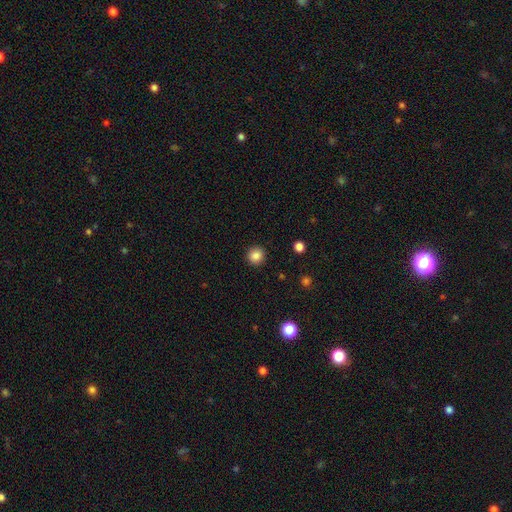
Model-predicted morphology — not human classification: This is clearly a smooth galaxy (85%). How rounded: clearly round (93%). Merging: clearly none (92%).